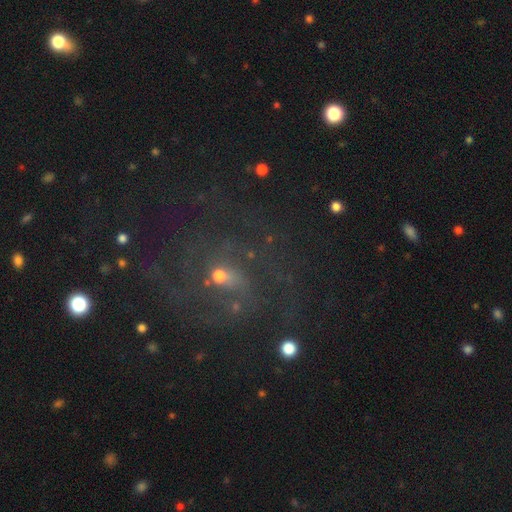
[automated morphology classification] Smooth or featured: featured or disk — 59% (star or artifact — 26%)
Edge-on disk: no — 96% (yes — 4%)
Bar: no — 55% (weak — 36%)
Spiral arms: yes — 77% (no — 23%)
Bulge size: small — 64% (moderate — 28%)
Merging: none — 71% (minor disturbance — 14%)